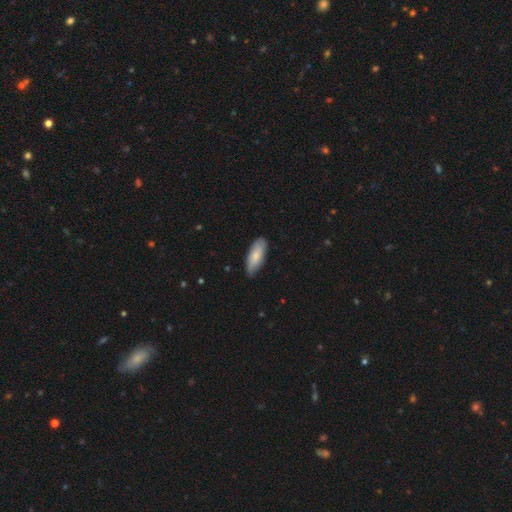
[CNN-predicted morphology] A smooth galaxy with no disk features (76%) that is in between round and cigar-shaped (75%).

Vote fractions:
- Smooth or featured? smooth: 76% / featured or disk: 19% / star or artifact: 5%
- How rounded? in between: 75% / cigar-shaped: 24% / round: 2%
- Merging? none: 82% / minor disturbance: 15% / major disturbance: 2% / merger: 1%